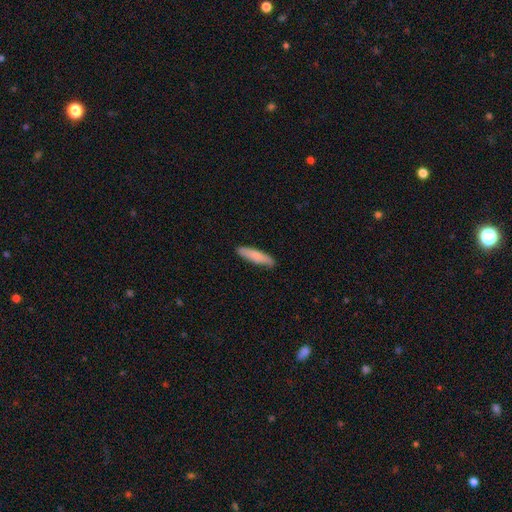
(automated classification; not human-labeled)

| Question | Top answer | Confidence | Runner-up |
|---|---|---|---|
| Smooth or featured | smooth | 80% | featured or disk (15%) |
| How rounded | cigar-shaped | 82% | in between (17%) |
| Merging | none | 87% | minor disturbance (10%) |